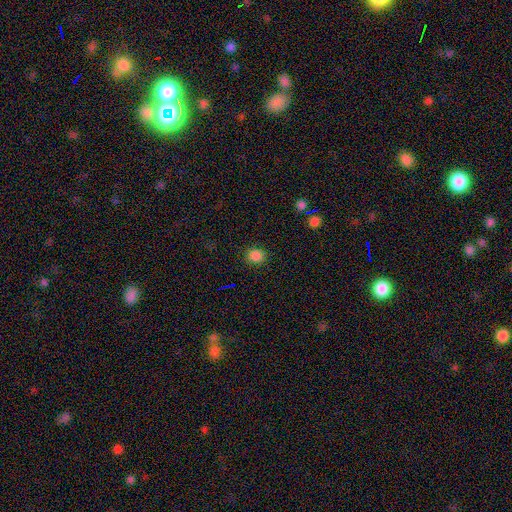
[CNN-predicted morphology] Overall: smooth (84%). How rounded: round (81%). Merging: none (89%).